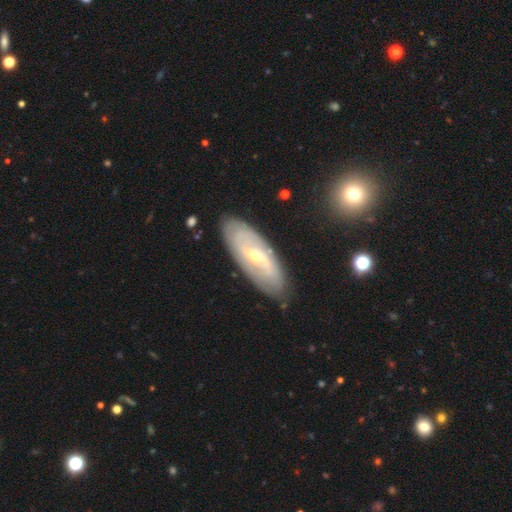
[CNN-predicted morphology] A featured or disk galaxy (77%) with a weak bar (45%), 2 (69%) medium (36%) spiral arms (81%) and a small central bulge (59%). Merging: none (84%).